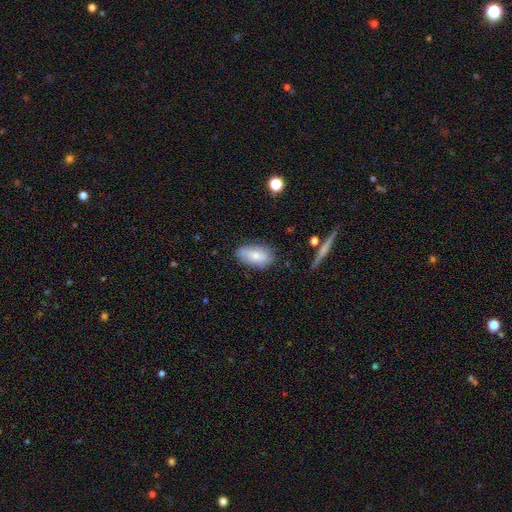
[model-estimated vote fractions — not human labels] Smooth or featured: smooth — 70% (featured or disk — 23%)
How rounded: in between — 92% (round — 5%)
Merging: none — 73% (minor disturbance — 21%)